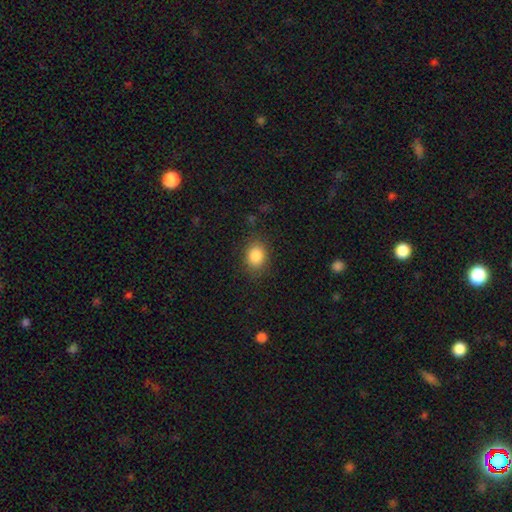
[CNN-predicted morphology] The model was most divided on "how rounded": in between: 53%, round: 46%, cigar-shaped: 1%. More confident: smooth or featured — smooth (86%); merging — none (82%).